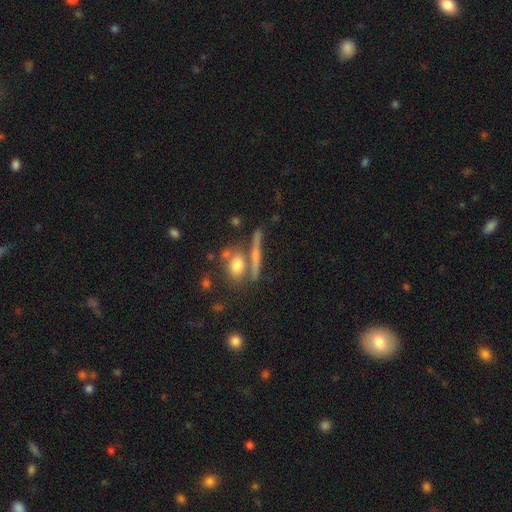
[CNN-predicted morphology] This is possibly a smooth galaxy (50%). Merging: likely none (68%).